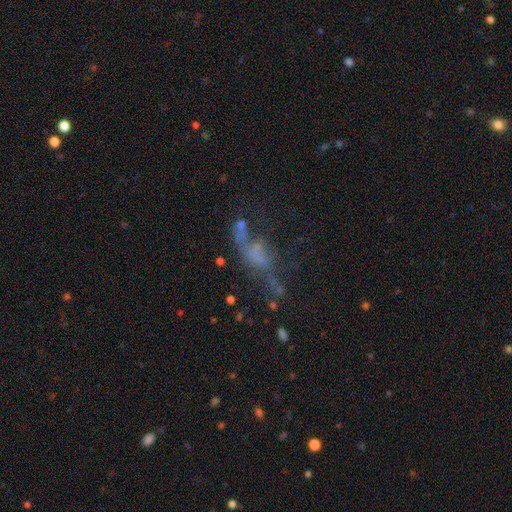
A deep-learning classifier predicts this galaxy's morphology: Smooth or featured: featured or disk — 50% (star or artifact — 29%)
Edge-on disk: no — 76% (yes — 24%)
Merging: none — 45% (major disturbance — 28%)